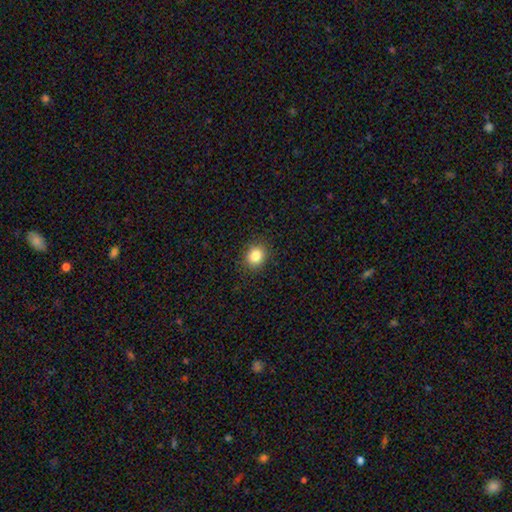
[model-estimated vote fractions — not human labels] A smooth galaxy with no disk features (84%) that is round (79%). Merging: none (90%).